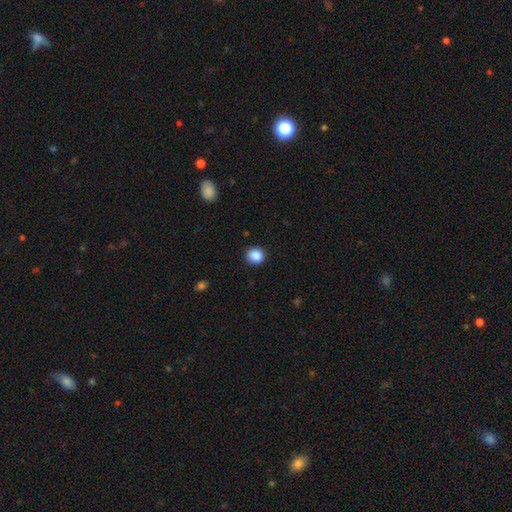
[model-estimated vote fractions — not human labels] A smooth galaxy with no disk features (87%) that is round (88%). Merging: none (90%).